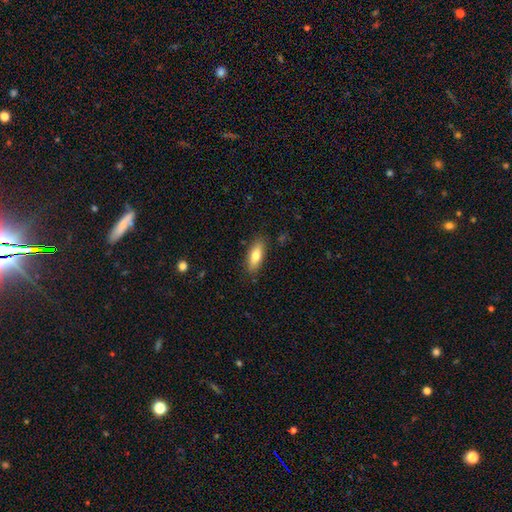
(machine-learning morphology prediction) Smooth or featured: smooth — 75% (featured or disk — 18%)
How rounded: in between — 73% (cigar-shaped — 25%)
Merging: none — 85% (minor disturbance — 11%)